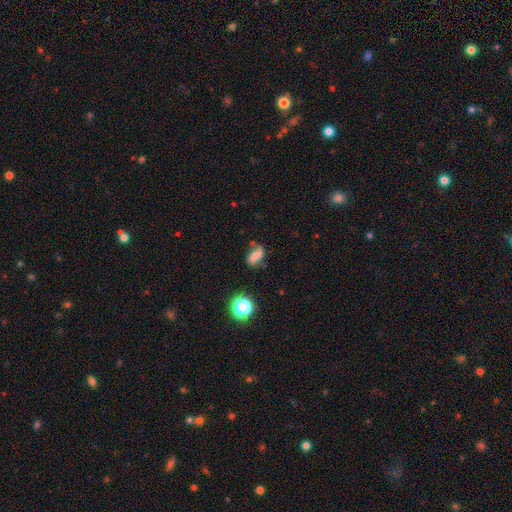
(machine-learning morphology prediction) smooth 59%, featured or disk 26%, star or artifact 15%. Down the decision tree: how rounded — in between (78%); merging — none (58%).